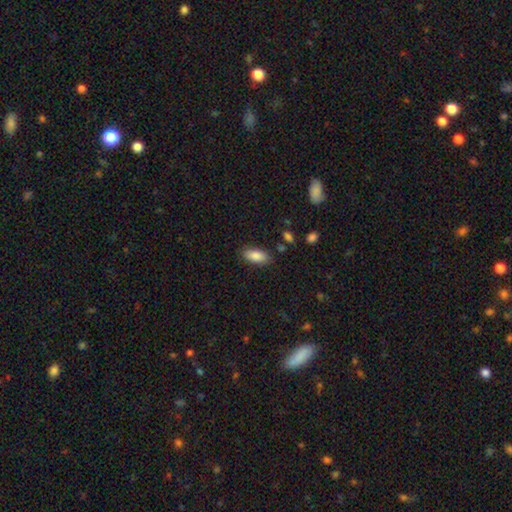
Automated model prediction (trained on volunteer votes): smooth_or_featured: smooth (p=0.87) [alt: star or artifact p=0.07]
how_rounded: in between (p=0.86) [alt: cigar-shaped p=0.12]
merging: none (p=0.84) [alt: minor disturbance p=0.11]